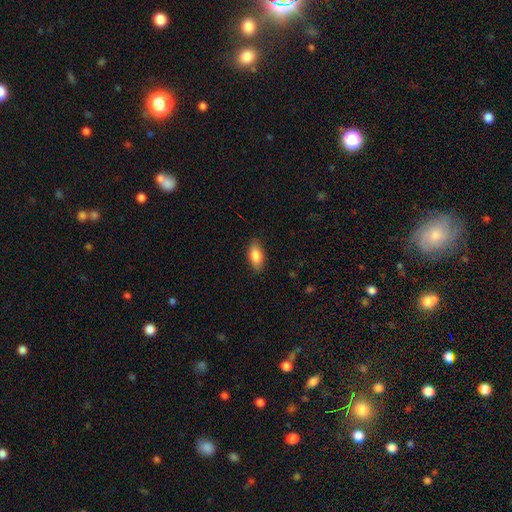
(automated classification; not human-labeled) Smooth or featured? smooth (84%)
How rounded? in between (87%)
Merging? none (85%)